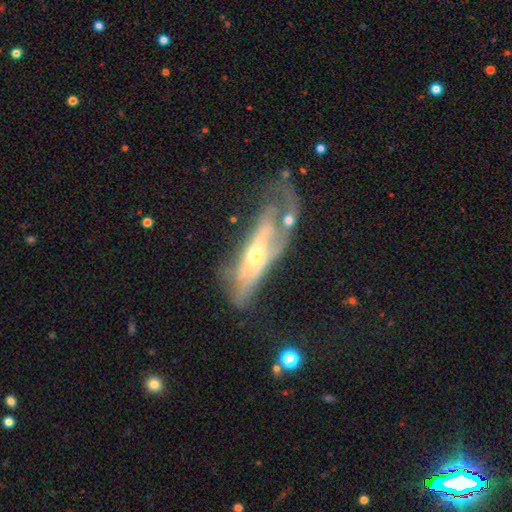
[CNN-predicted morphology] This appears to be a featured or disk galaxy (68%). Merging: major disturbance (43%).